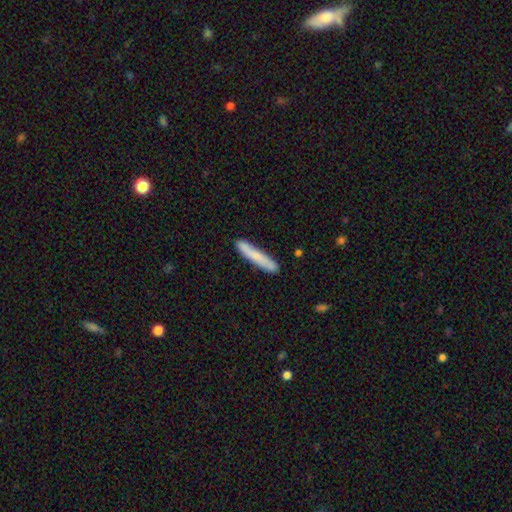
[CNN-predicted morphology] A smooth galaxy with no disk features (74%) that is cigar-shaped (94%). Merging: none (86%).